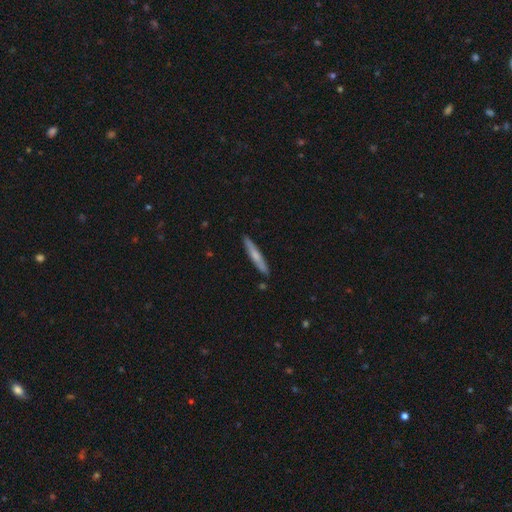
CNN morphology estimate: This is possibly a smooth galaxy (56%). How rounded: clearly cigar-shaped (94%). Merging: clearly none (90%).